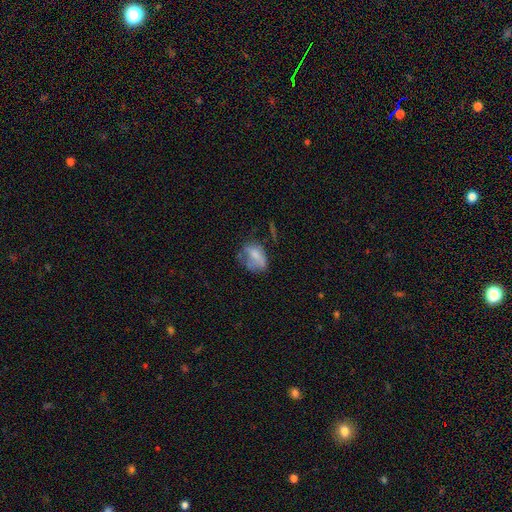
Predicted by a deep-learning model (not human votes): Smooth or featured?
  - smooth: 58% *
  - featured or disk: 32%
  - star or artifact: 11%
How rounded?
  - in between: 73% *
  - round: 25%
  - cigar-shaped: 2%
Merging?
  - none: 36% *
  - major disturbance: 29%
  - minor disturbance: 28%
  - merger: 6%